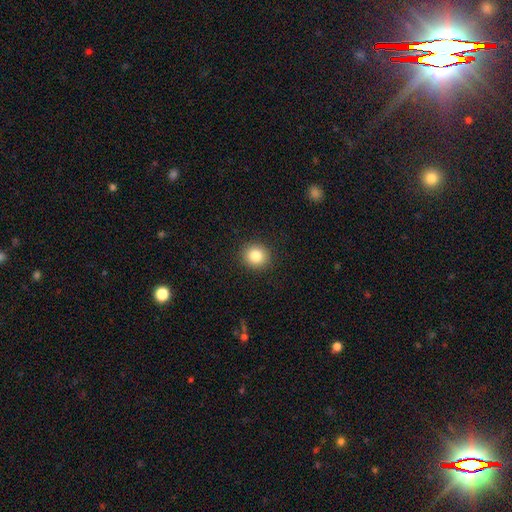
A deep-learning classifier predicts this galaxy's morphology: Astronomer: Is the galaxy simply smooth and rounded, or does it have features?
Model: smooth — 84%.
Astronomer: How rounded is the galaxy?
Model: round — 86%.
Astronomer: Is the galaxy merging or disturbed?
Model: none — 91%.